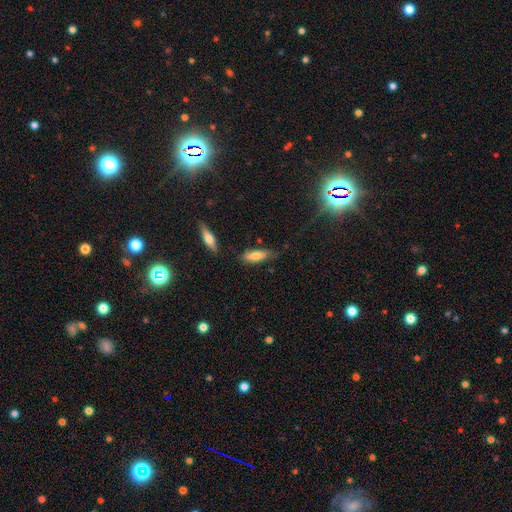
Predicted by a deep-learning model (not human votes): smooth_or_featured: smooth (p=0.72) [alt: featured or disk p=0.21]
how_rounded: in between (p=0.50) [alt: cigar-shaped p=0.48]
merging: none (p=0.67) [alt: minor disturbance p=0.24]